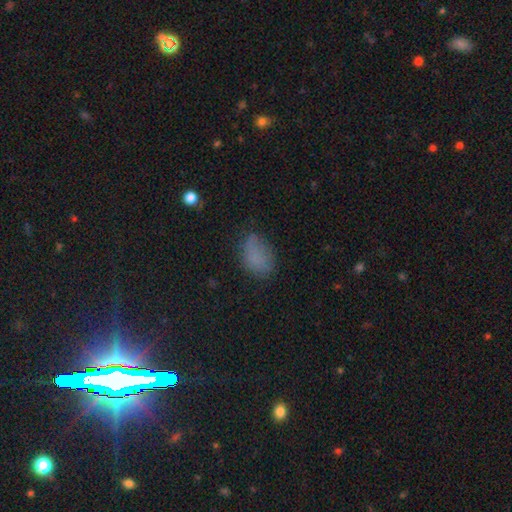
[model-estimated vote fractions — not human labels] A smooth galaxy with no disk features (77%) that is in between round and cigar-shaped (86%). Merging: none (60%).